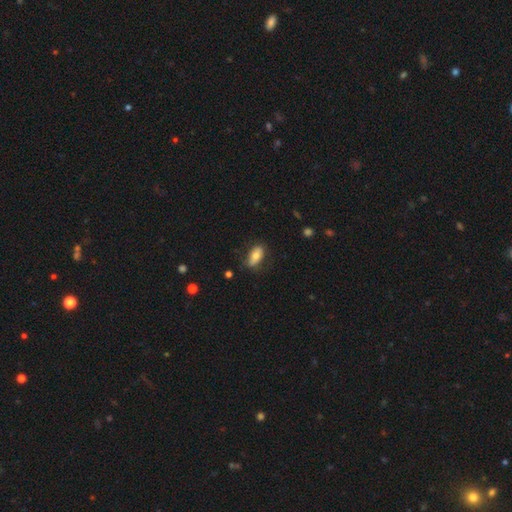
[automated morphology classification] This is likely a smooth galaxy (72%). How rounded: clearly in between (85%). Merging: likely none (74%).